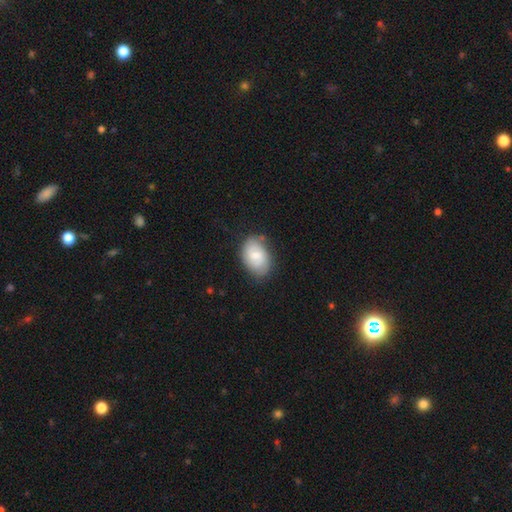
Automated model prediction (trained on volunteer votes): Overall: smooth (60%; featured or disk 34%). How rounded: in between (86%). Merging: none (72%).